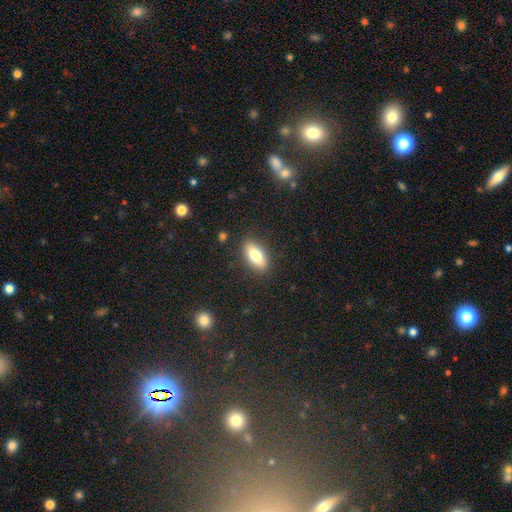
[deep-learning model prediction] A smooth galaxy with no disk features (74%) that is in between round and cigar-shaped (79%). Merging: none (87%).